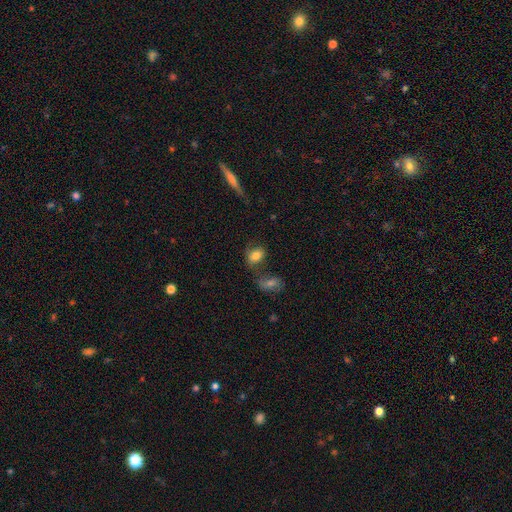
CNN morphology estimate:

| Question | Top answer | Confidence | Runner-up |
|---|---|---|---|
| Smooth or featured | smooth | 79% | featured or disk (12%) |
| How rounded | in between | 73% | round (25%) |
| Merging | none | 47% | merger (26%) |